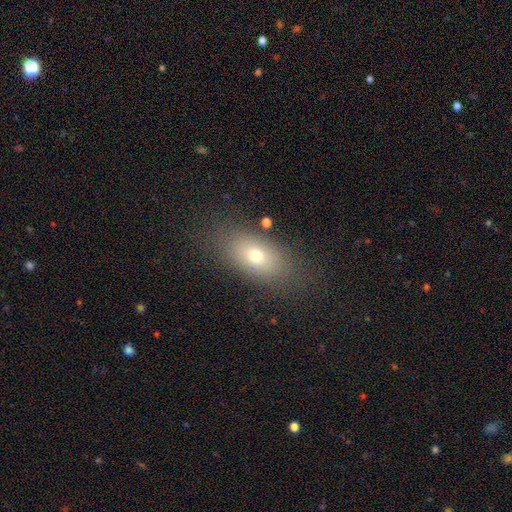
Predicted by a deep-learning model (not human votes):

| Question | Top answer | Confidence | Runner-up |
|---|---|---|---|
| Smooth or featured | smooth | 70% | featured or disk (18%) |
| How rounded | in between | 84% | round (11%) |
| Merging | none | 79% | minor disturbance (12%) |